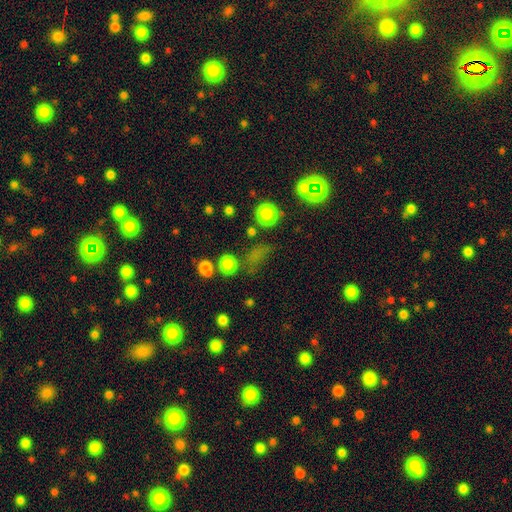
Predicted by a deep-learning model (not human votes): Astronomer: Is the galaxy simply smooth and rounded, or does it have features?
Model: smooth — 57% (runner-up: star or artifact, 33%).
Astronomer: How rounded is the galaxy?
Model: round — 56% (runner-up: in between, 37%).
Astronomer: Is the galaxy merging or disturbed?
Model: none — 58%.